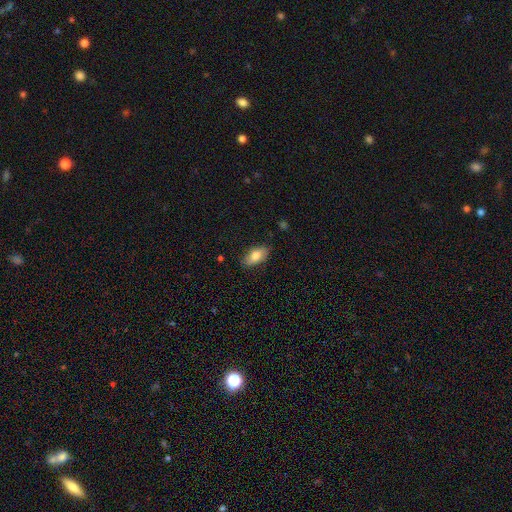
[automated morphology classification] This appears to be a smooth galaxy with no disk features (78%) that is in between round and cigar-shaped (91%). Merging: none (85%).